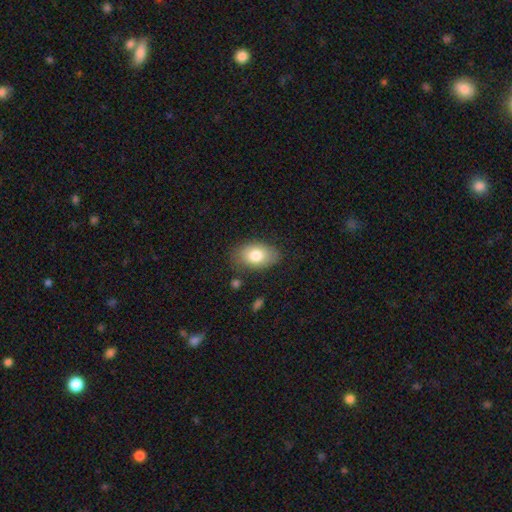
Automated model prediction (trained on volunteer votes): This is likely a smooth galaxy (79%). How rounded: clearly in between (90%). Merging: likely none (78%).